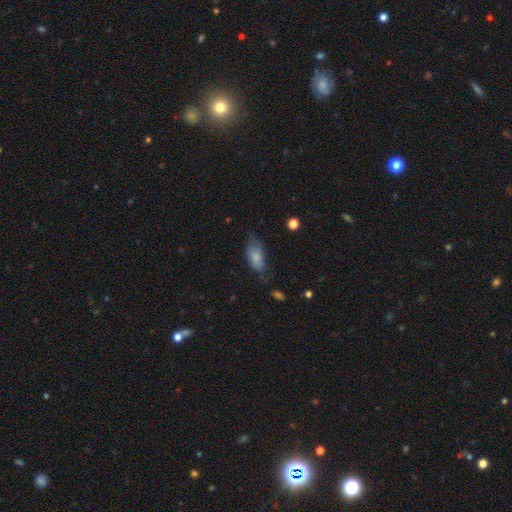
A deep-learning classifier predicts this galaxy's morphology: A smooth galaxy with no disk features (72%) that is in between round and cigar-shaped (87%).

Vote fractions:
- Smooth or featured? smooth: 72% / featured or disk: 20% / star or artifact: 8%
- How rounded? in between: 87% / cigar-shaped: 10% / round: 3%
- Merging? none: 55% / minor disturbance: 32% / major disturbance: 11% / merger: 2%